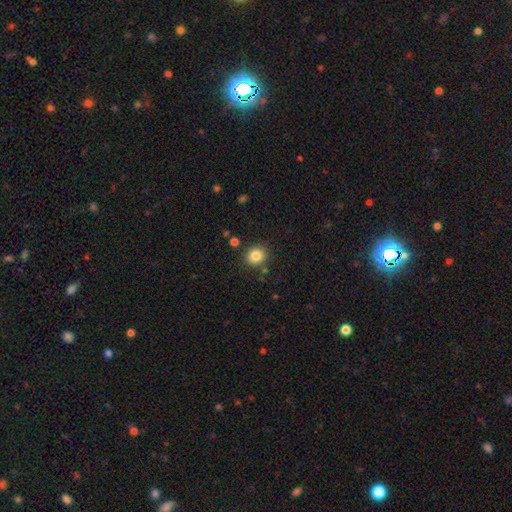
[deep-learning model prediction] Smooth or featured? smooth (84%)
How rounded? round (79%)
Merging? none (85%)